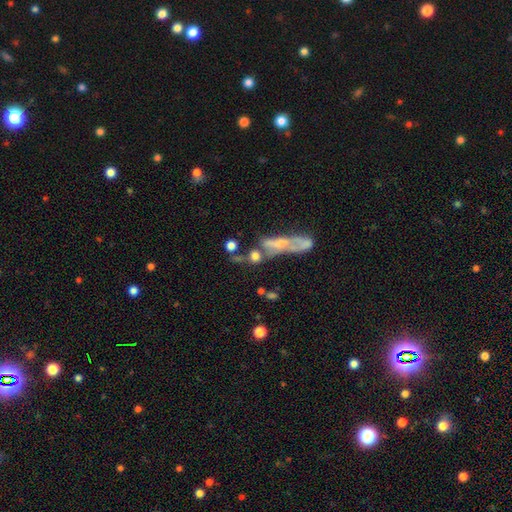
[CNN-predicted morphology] Overall: smooth (42%; featured or disk 41%). Merging: merger (32%; none 31%).